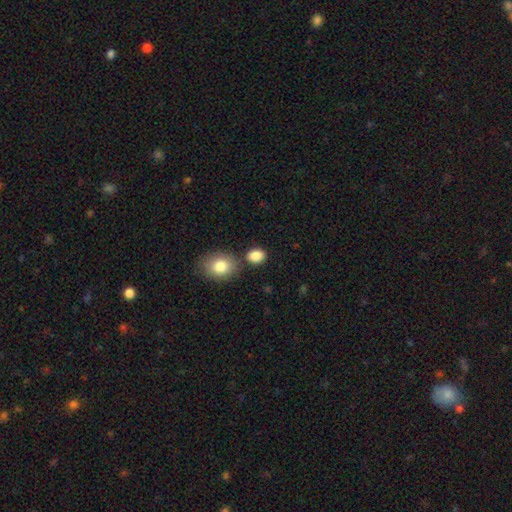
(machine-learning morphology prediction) A smooth galaxy with no disk features (87%) that is in between round and cigar-shaped (60%). Merging: none (72%).